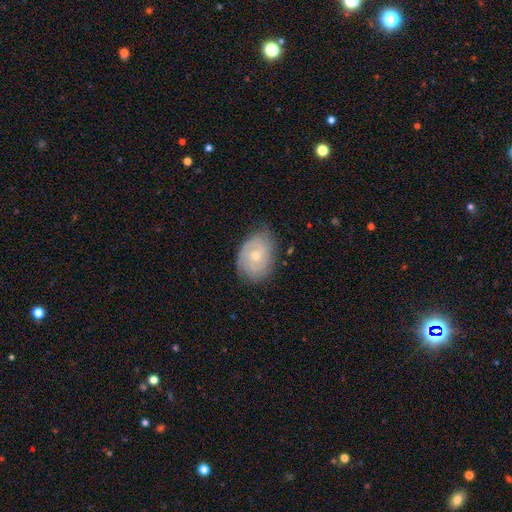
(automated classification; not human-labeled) Smooth or featured?
  - featured or disk: 69% *
  - smooth: 24%
  - star or artifact: 7%
Edge-on disk?
  - no: 96% *
  - yes: 4%
Bar?
  - no: 72% *
  - weak: 25%
  - strong: 3%
Spiral arms?
  - yes: 89% *
  - no: 11%
Spiral winding?
  - tight: 68% *
  - medium: 25%
  - loose: 7%
Spiral arm count?
  - can't tell: 40% *
  - 2: 30%
  - 3: 15%
  - 4: 6%
  - 1: 5%
  - more than 4: 4%
Bulge size?
  - small: 53% *
  - moderate: 44%
  - none: 1%
  - large: 1%
  - dominant: 1%
Merging?
  - none: 73% *
  - minor disturbance: 21%
  - major disturbance: 5%
  - merger: 1%